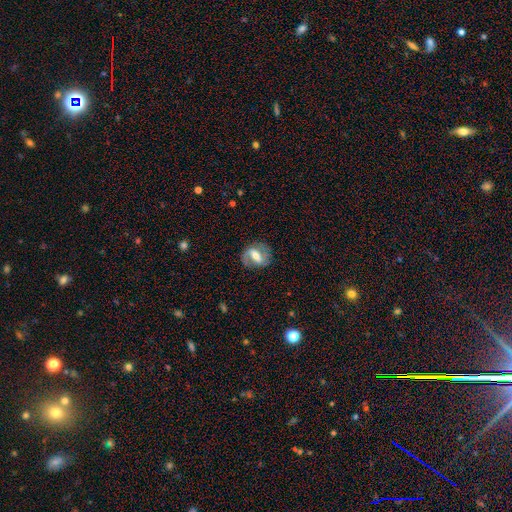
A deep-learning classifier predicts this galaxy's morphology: Smooth or featured: featured or disk — 69% (smooth — 24%)
Edge-on disk: no — 94% (yes — 6%)
Bar: strong — 52% (weak — 36%)
Spiral arms: yes — 80% (no — 20%)
Spiral winding: medium — 45% (loose — 28%)
Spiral arm count: 2 — 79% (1 — 10%)
Bulge size: moderate — 54% (small — 23%)
Merging: none — 74% (minor disturbance — 16%)